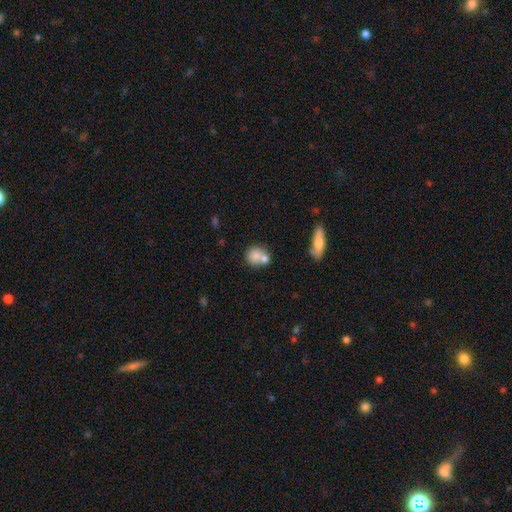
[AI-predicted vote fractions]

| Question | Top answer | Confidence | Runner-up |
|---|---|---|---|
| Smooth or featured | smooth | 79% | featured or disk (12%) |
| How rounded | round | 75% | in between (24%) |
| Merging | none | 44% | merger (40%) |